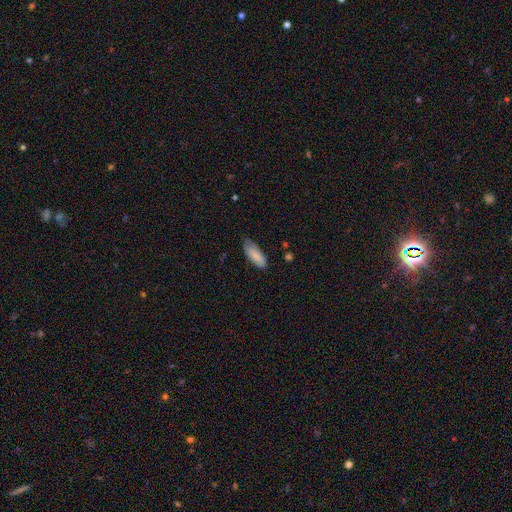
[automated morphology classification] type=smooth (83%); roundness=in between (76%); merging=none (63%).